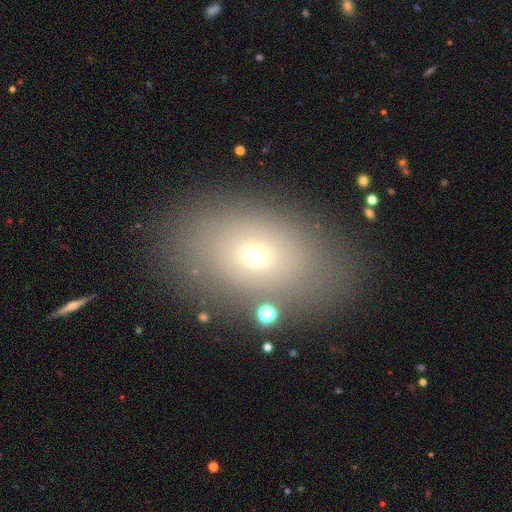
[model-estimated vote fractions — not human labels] Smooth or featured? smooth (64%)
How rounded? in between (78%)
Merging? none (82%)